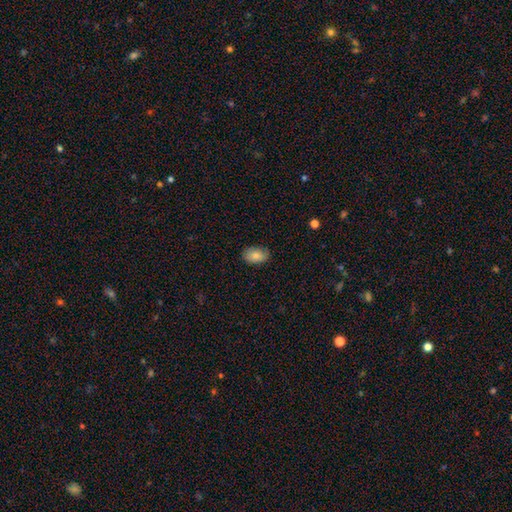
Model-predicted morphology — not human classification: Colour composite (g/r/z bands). It shows a smooth galaxy with no disk features (82%) that is in between round and cigar-shaped (90%). Merging: none (83%).